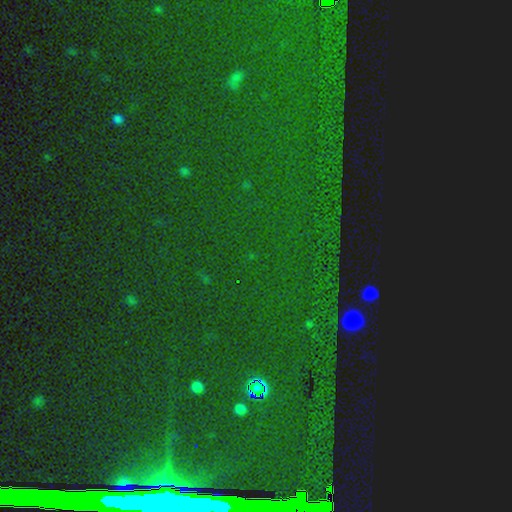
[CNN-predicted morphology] type=star or artifact (86%).